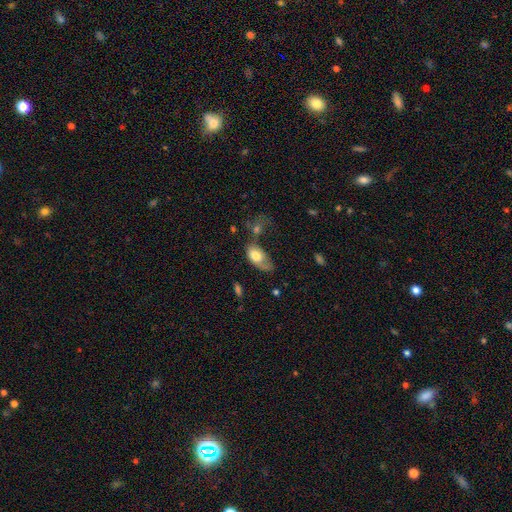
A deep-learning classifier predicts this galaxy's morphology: The model was most divided on "merging": minor disturbance: 31%, none: 29%, major disturbance: 27%, merger: 13%. More confident: how rounded — in between (91%); smooth or featured — smooth (72%).